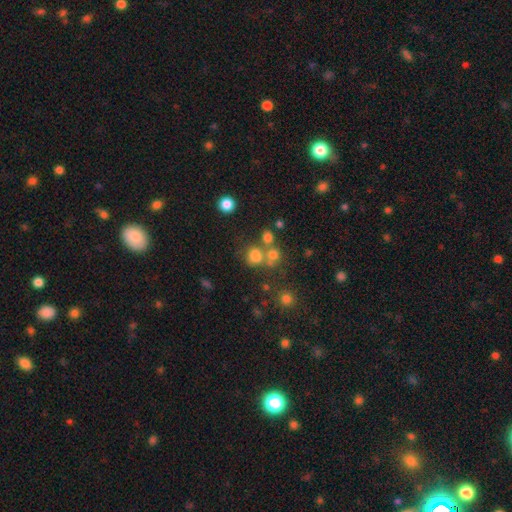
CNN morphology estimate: smooth_or_featured: smooth (p=0.71) [alt: star or artifact p=0.18]
how_rounded: round (p=0.70) [alt: in between p=0.29]
merging: none (p=0.50) [alt: merger p=0.32]